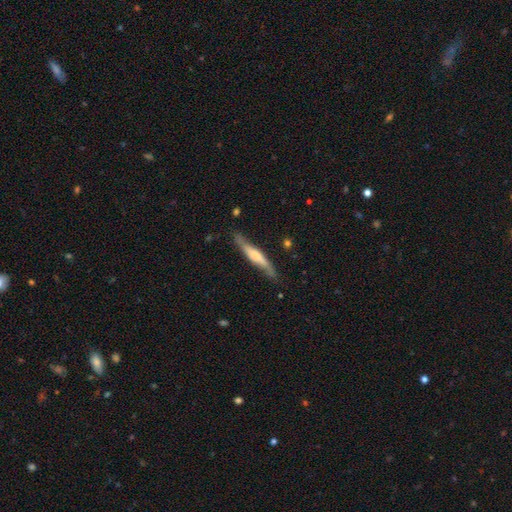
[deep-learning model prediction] smooth_or_featured: featured or disk (p=0.52) [alt: smooth p=0.42]
disk_edge_on: yes (p=0.81) [alt: no p=0.19]
merging: none (p=0.77) [alt: minor disturbance p=0.18]